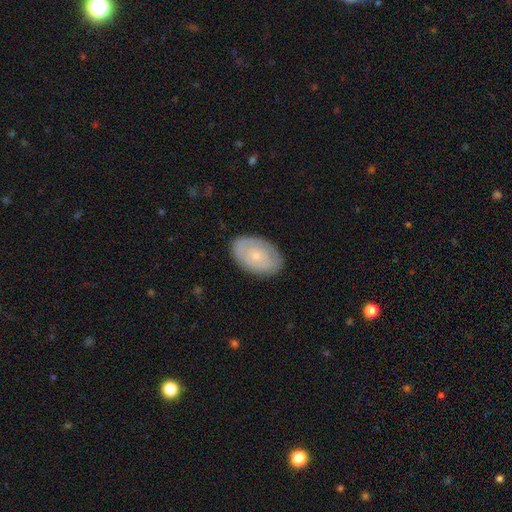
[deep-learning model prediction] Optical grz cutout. It shows a featured or disk galaxy (48%). Merging: none (84%).